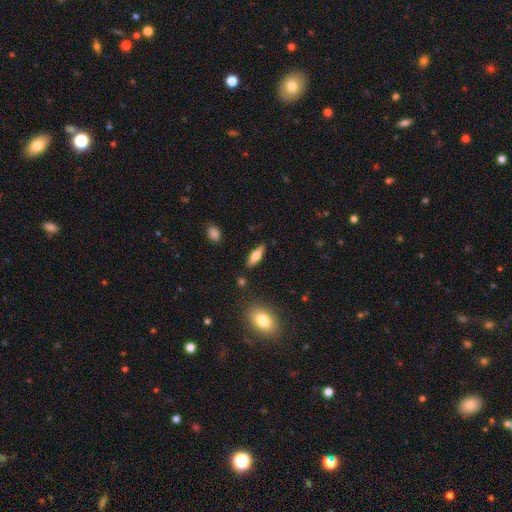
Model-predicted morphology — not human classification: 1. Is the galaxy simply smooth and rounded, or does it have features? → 57% smooth, 36% featured or disk, 7% star or artifact.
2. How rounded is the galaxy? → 49% in between, 48% cigar-shaped, 3% round.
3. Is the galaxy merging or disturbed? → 86% none, 9% minor disturbance, 2% major disturbance, 2% merger.